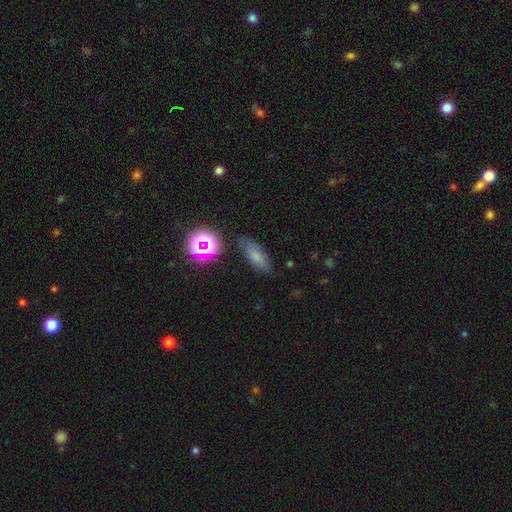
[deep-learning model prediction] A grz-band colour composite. It shows a smooth galaxy with no disk features (69%) that is in between round and cigar-shaped (68%). Merging: none (78%).